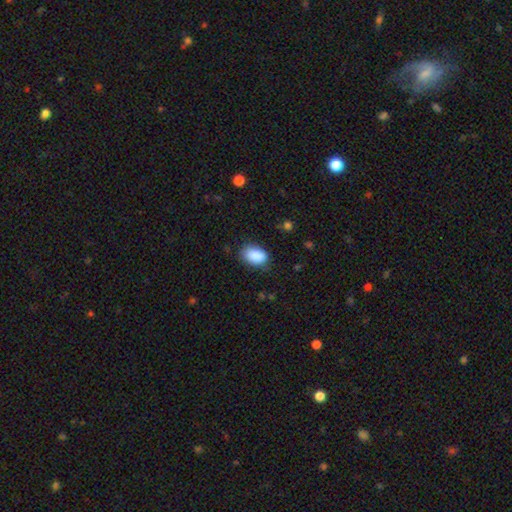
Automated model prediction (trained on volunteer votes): Smooth or featured: smooth — 89% (star or artifact — 7%)
How rounded: in between — 90% (round — 9%)
Merging: none — 79% (minor disturbance — 16%)